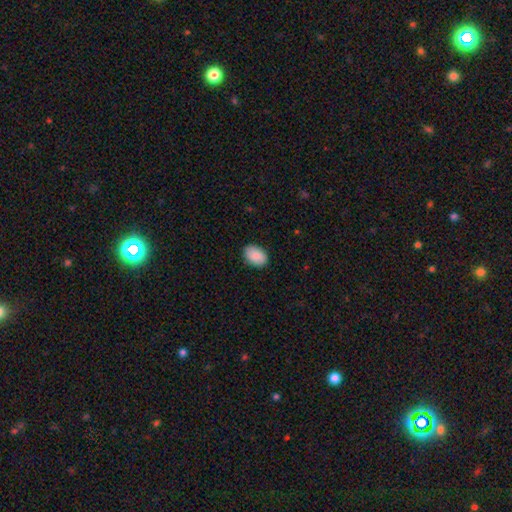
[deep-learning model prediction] This appears to be a smooth galaxy with no disk features (89%) that is in between round and cigar-shaped (86%). Merging: none (87%).